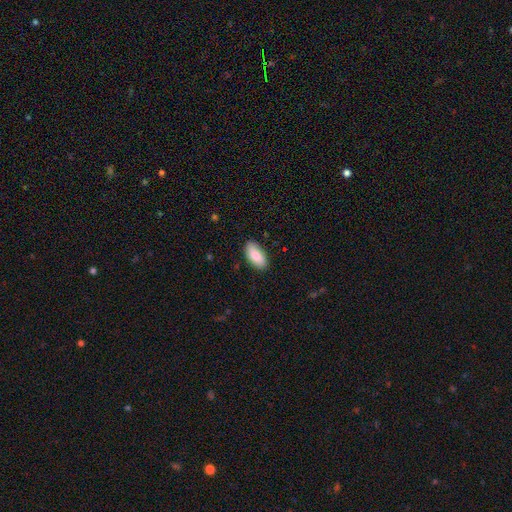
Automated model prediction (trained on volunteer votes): smooth-or-featured: smooth: 84% | featured or disk: 10% | star or artifact: 6%
  how-rounded: in between: 92% | cigar-shaped: 6% | round: 2%
  merging: none: 87% | minor disturbance: 10% | major disturbance: 2% | merger: 1%